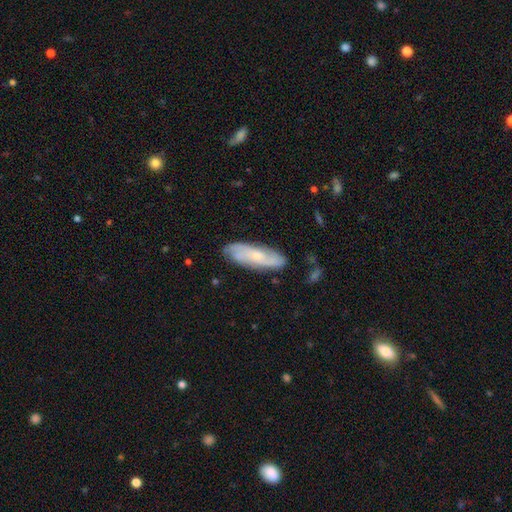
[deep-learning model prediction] Smooth or featured: featured or disk — 61% (smooth — 32%)
Edge-on disk: no — 80% (yes — 20%)
Merging: none — 81% (minor disturbance — 14%)